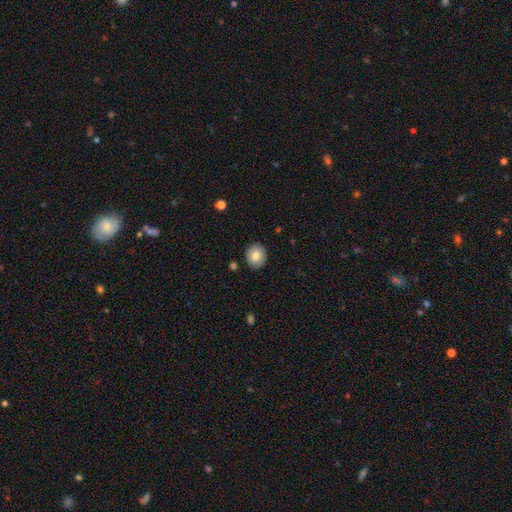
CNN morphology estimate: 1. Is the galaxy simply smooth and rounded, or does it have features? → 82% smooth, 10% featured or disk, 8% star or artifact.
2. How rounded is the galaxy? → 79% round, 20% in between, 1% cigar-shaped.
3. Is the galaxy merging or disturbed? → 89% none, 8% minor disturbance, 2% major disturbance, 2% merger.